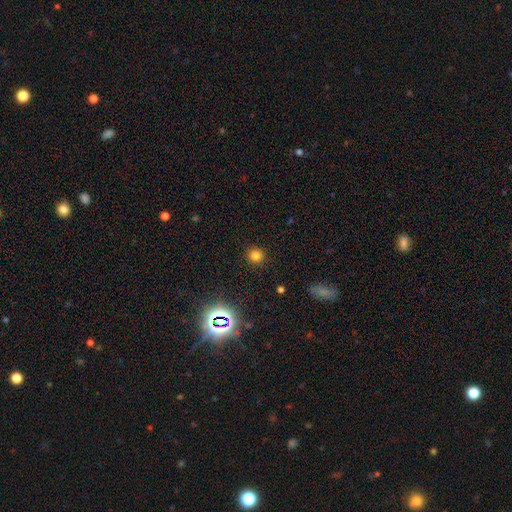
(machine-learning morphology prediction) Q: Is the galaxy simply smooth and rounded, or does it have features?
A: smooth — 77%.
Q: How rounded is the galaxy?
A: round — 92%.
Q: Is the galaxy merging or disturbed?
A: none — 90%.